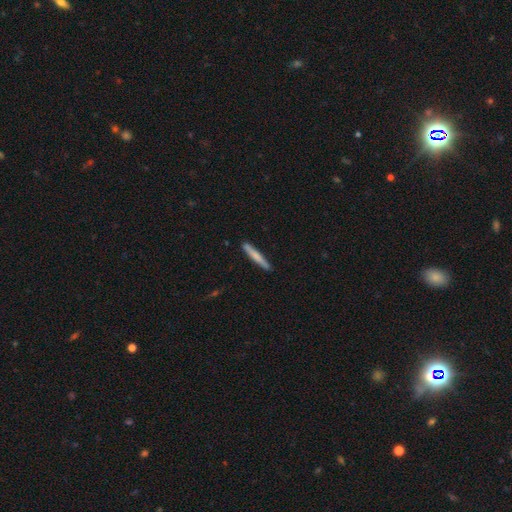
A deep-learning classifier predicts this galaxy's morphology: smooth_or_featured: smooth (p=0.70) [alt: featured or disk p=0.25]
how_rounded: cigar-shaped (p=0.96) [alt: in between p=0.03]
merging: none (p=0.90) [alt: minor disturbance p=0.08]